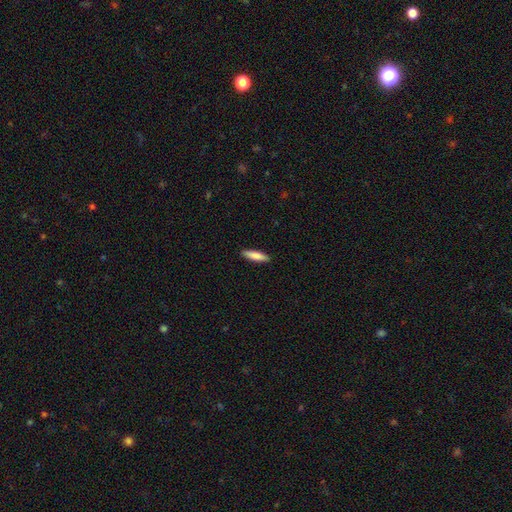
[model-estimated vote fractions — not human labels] Q: Smooth or featured?
A: smooth (83%); runner-up: featured or disk (12%)
Q: How rounded?
A: cigar-shaped (72%); runner-up: in between (27%)
Q: Merging?
A: none (91%); runner-up: minor disturbance (7%)